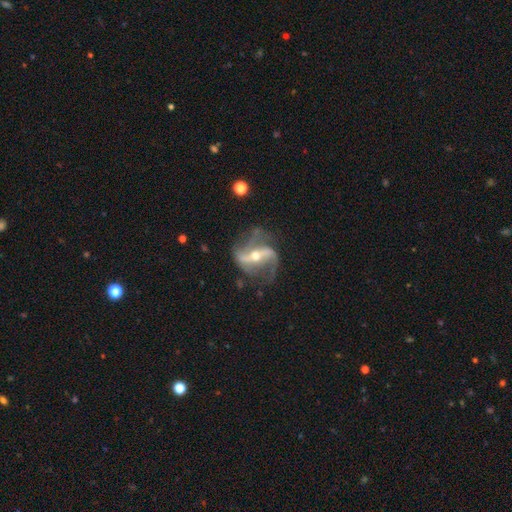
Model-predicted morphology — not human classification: A featured or disk galaxy (89%) with a strong bar (60%), 2 (87%) loose (63%) spiral arms (95%) and a moderate central bulge (54%).

Vote fractions:
- Smooth or featured? featured or disk: 89% / star or artifact: 6% / smooth: 5%
- Edge-on disk? no: 94% / yes: 6%
- Bar? strong: 60% / weak: 25% / no: 15%
- Spiral arms? yes: 95% / no: 5%
- Spiral winding? loose: 63% / medium: 29% / tight: 8%
- Spiral arm count? 2: 87% / 3: 4% / can't tell: 3% / 1: 3% / 4: 2% / more than 4: 1%
- Bulge size? moderate: 54% / small: 42% / large: 2% / none: 1% / dominant: 1%
- Merging? none: 68% / minor disturbance: 17% / major disturbance: 12% / merger: 2%